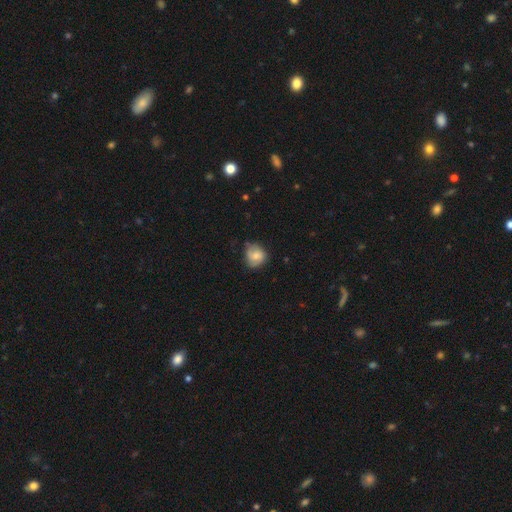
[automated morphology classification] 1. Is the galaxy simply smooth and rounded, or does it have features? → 67% smooth, 25% featured or disk, 8% star or artifact.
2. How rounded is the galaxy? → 78% round, 21% in between, 1% cigar-shaped.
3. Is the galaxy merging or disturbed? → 60% none, 30% minor disturbance, 8% major disturbance, 2% merger.